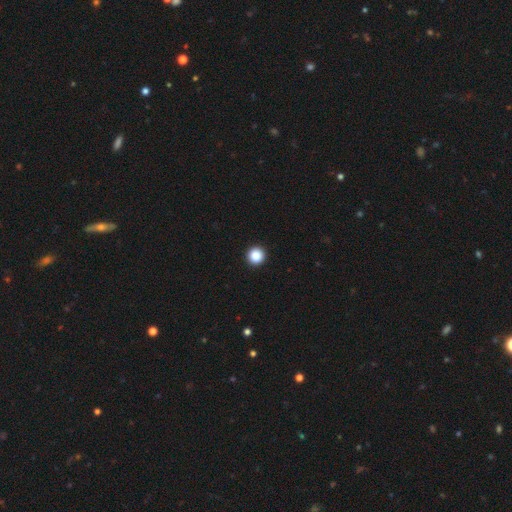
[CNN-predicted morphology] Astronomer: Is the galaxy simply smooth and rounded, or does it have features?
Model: smooth — 86%.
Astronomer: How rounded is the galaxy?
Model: round — 96%.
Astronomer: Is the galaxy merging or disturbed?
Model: none — 94%.